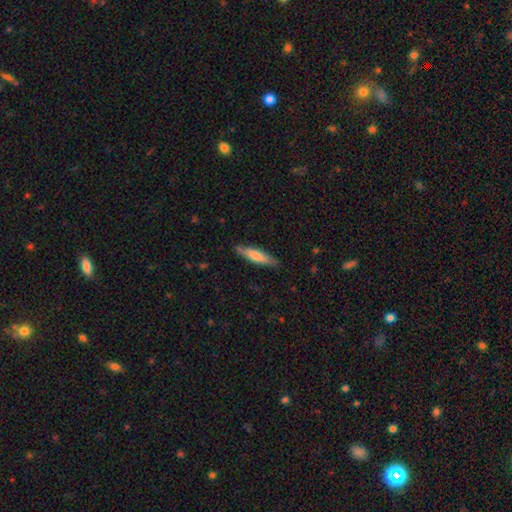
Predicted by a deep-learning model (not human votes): smooth 66%, featured or disk 29%, star or artifact 5%. Down the decision tree: how rounded — cigar-shaped (78%); merging — none (82%).